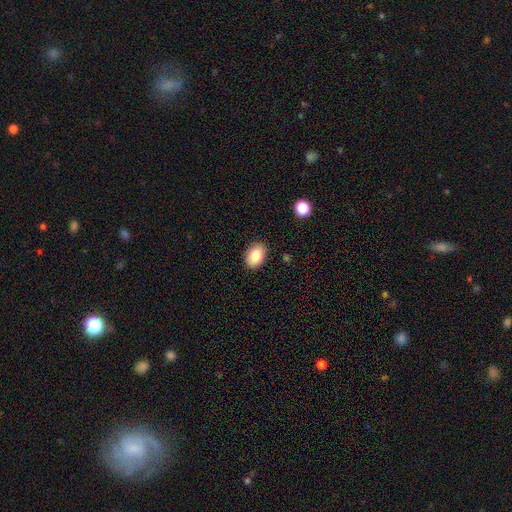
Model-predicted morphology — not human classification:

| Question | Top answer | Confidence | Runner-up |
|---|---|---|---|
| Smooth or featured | smooth | 83% | featured or disk (9%) |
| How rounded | in between | 83% | round (15%) |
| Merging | none | 87% | minor disturbance (9%) |